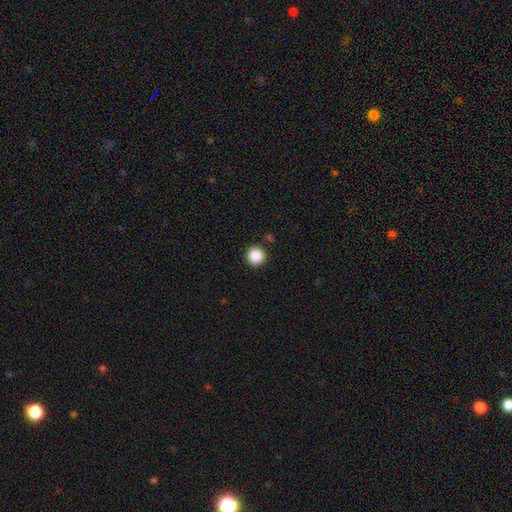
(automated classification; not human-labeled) The model was most divided on "smooth or featured": smooth: 88%, star or artifact: 9%, featured or disk: 3%. More confident: how rounded — round (96%); merging — none (92%).